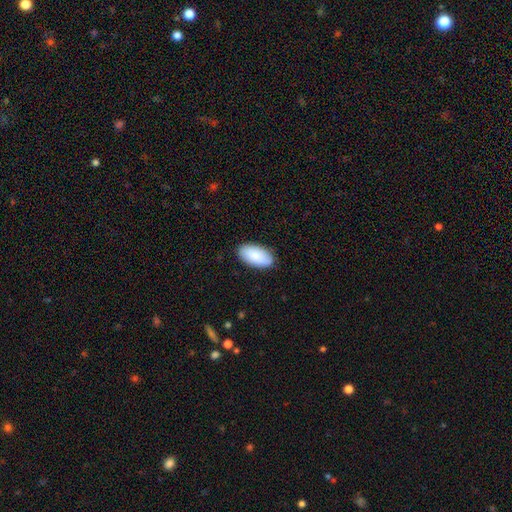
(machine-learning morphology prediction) A smooth galaxy with no disk features (86%) that is in between round and cigar-shaped (96%). Merging: none (87%).